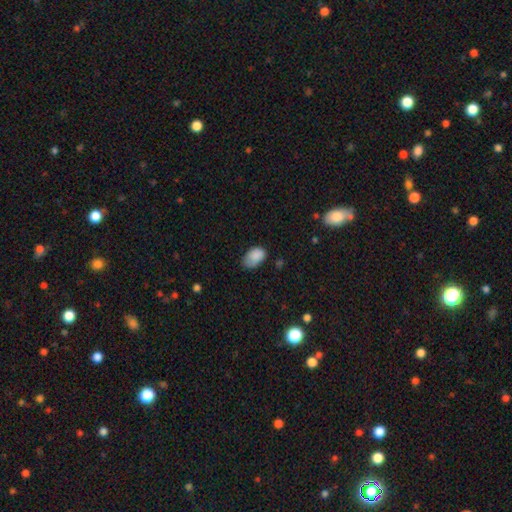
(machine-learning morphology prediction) A smooth galaxy with no disk features (85%) that is in between round and cigar-shaped (90%).

Vote fractions:
- Smooth or featured? smooth: 85% / star or artifact: 8% / featured or disk: 6%
- How rounded? in between: 90% / round: 9% / cigar-shaped: 1%
- Merging? none: 50% / minor disturbance: 38% / major disturbance: 9% / merger: 2%